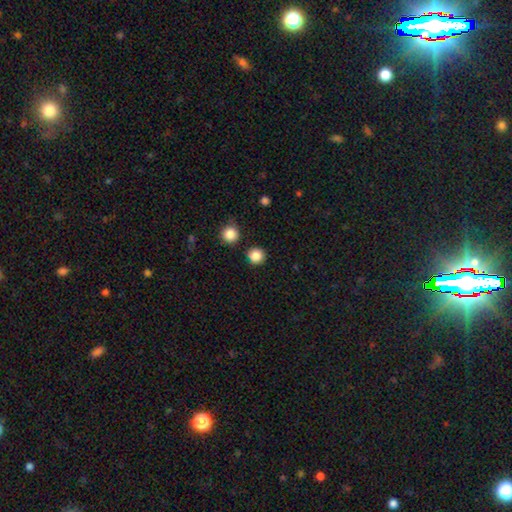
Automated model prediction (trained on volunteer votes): smooth_or_featured: smooth (p=0.85) [alt: star or artifact p=0.11]
how_rounded: round (p=0.94) [alt: in between p=0.05]
merging: none (p=0.89) [alt: minor disturbance p=0.06]